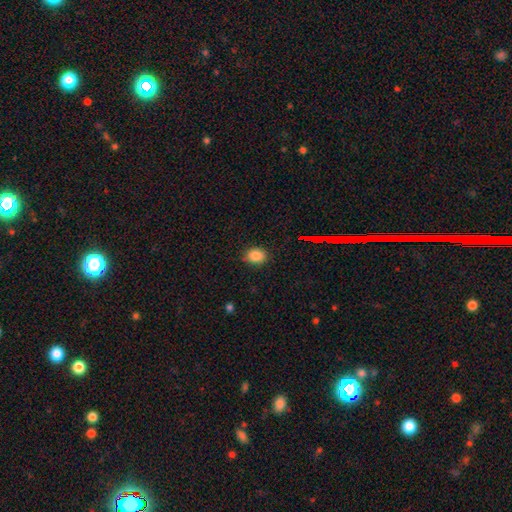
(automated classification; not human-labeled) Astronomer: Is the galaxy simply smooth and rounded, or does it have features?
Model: smooth — 86%.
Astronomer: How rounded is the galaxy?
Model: in between — 57% (runner-up: round, 42%).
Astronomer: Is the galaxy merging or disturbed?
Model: none — 86%.